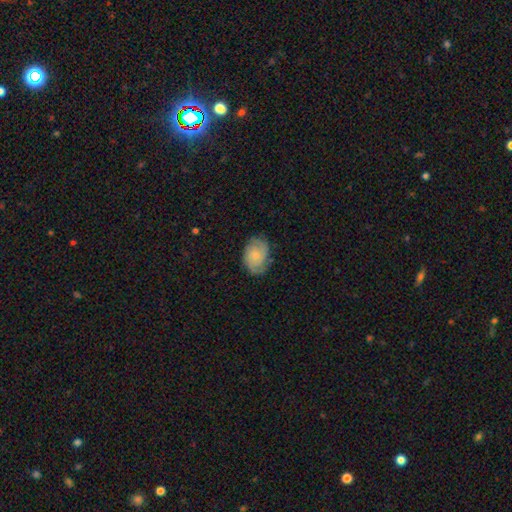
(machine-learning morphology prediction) Overall: featured or disk (47%; smooth 46%). Merging: none (71%).